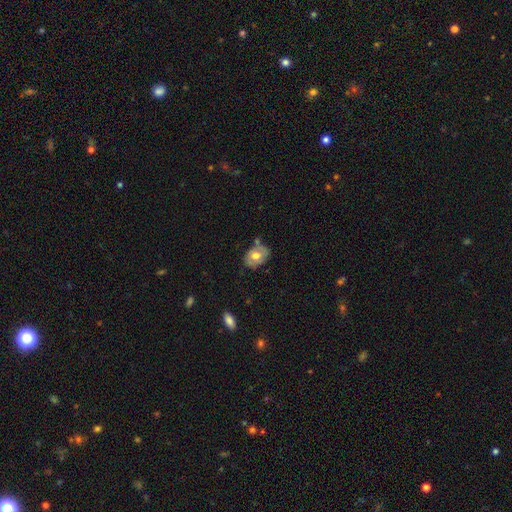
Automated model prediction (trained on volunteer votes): Smooth or featured? smooth (58%)
How rounded? in between (75%)
Merging? none (60%)